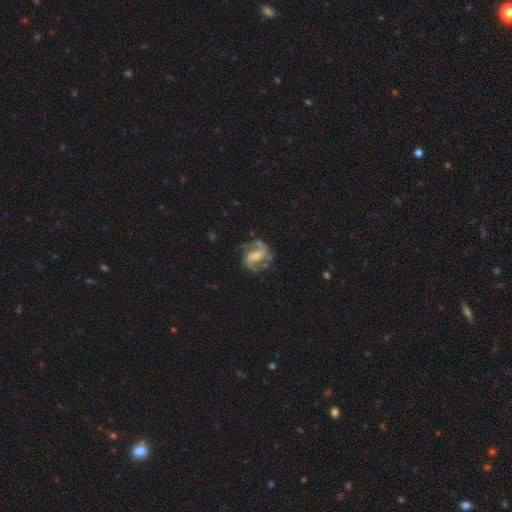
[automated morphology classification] featured or disk 87%, smooth 8%, star or artifact 6%. Down the decision tree: edge-on disk — no (98%); bar — weak (44%); spiral arms — yes (96%); spiral arm count — 2 (90%); spiral winding — medium (55%); bulge size — small (37%); merging — none (69%).